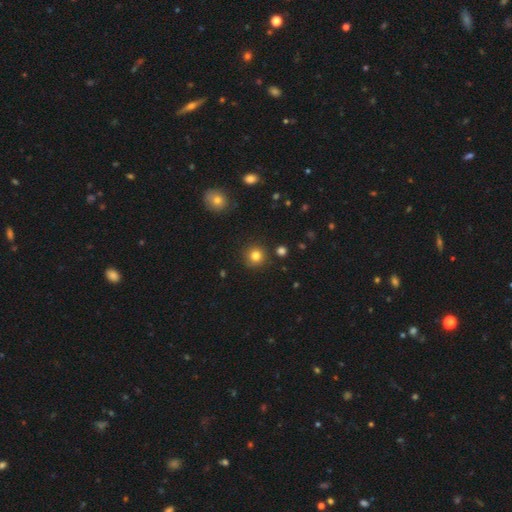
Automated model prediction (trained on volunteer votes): Overall: smooth (82%). How rounded: round (93%). Merging: none (89%).